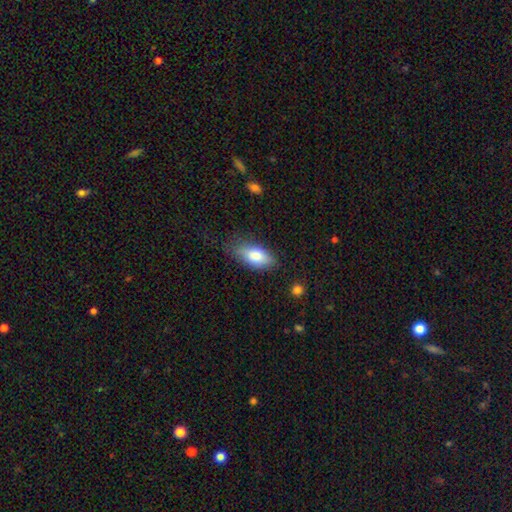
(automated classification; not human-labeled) The model was most divided on "merging": none: 69%, minor disturbance: 23%, major disturbance: 6%, merger: 2%. More confident: how rounded — in between (87%); smooth or featured — smooth (79%).